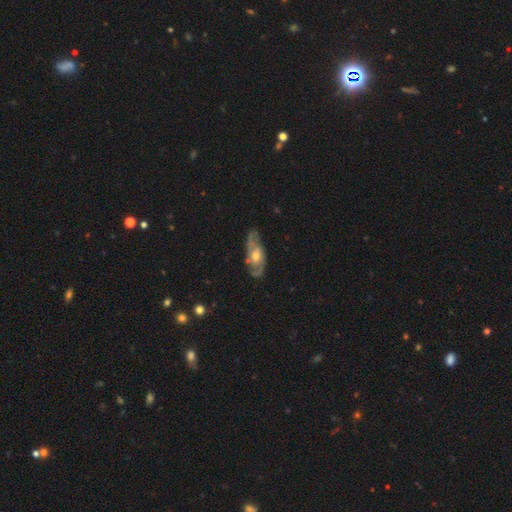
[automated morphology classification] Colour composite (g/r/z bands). It shows a featured or disk galaxy (80%) with no bar (68%), 2 (68%) medium (47%) spiral arms (90%) and a moderate central bulge (67%). Merging: none (73%).